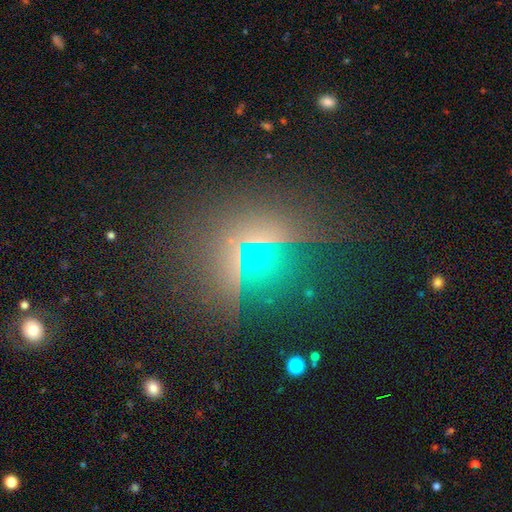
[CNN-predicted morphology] A star or artifact, not a galaxy (54%).